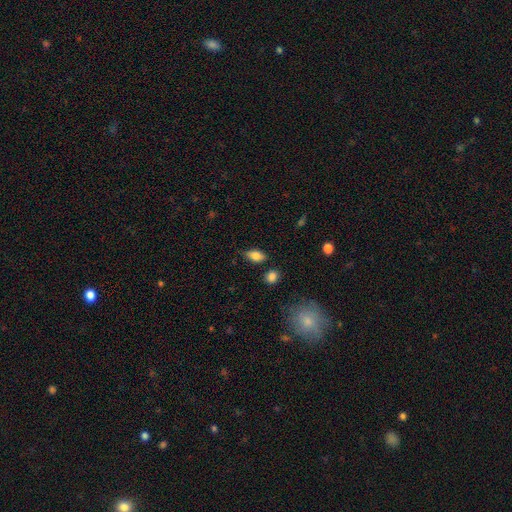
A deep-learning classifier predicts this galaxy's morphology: smooth-or-featured: smooth: 80% | featured or disk: 12% | star or artifact: 8%
  how-rounded: in between: 87% | round: 7% | cigar-shaped: 6%
  merging: none: 77% | minor disturbance: 16% | major disturbance: 3% | merger: 3%